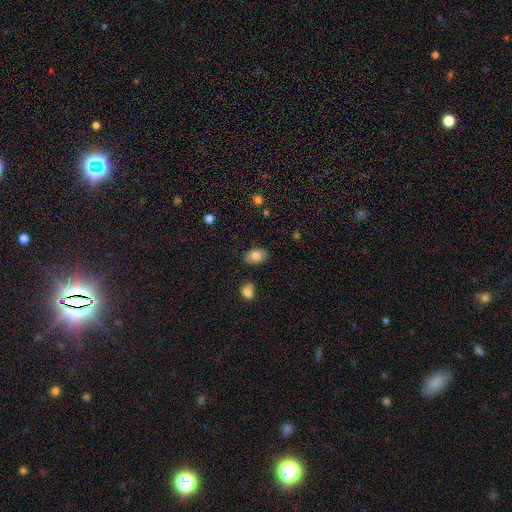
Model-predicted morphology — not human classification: Smooth or featured? smooth (80%)
How rounded? in between (83%)
Merging? none (81%)